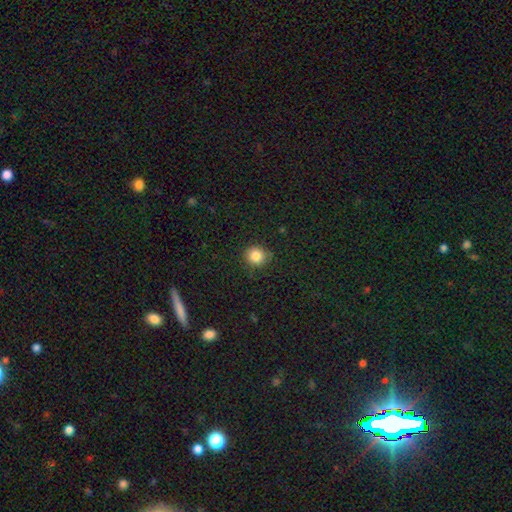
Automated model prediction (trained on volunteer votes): Smooth or featured: smooth — 84% (star or artifact — 11%)
How rounded: round — 90% (in between — 9%)
Merging: none — 86% (minor disturbance — 10%)